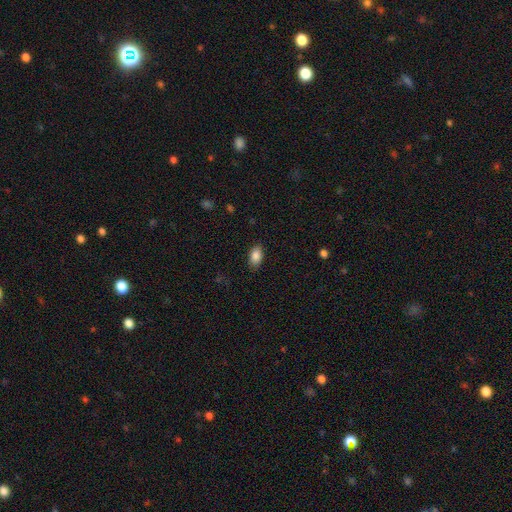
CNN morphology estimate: smooth 87%, star or artifact 8%, featured or disk 5%. Down the decision tree: how rounded — in between (92%); merging — none (86%).